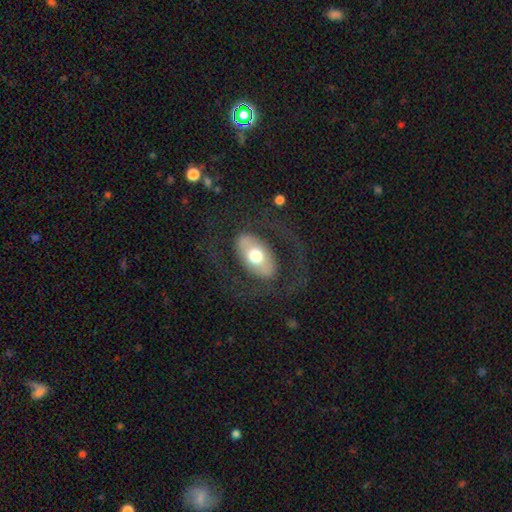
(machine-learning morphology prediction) Overall: featured or disk (55%; smooth 39%). Edge-on disk: no (90%). Merging: none (73%).